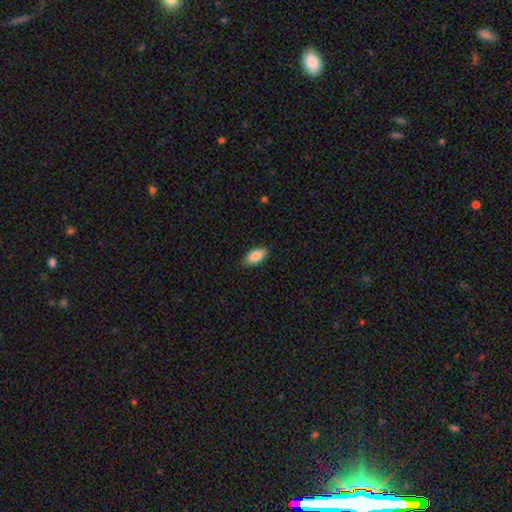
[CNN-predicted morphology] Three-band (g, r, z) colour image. It shows a smooth galaxy with no disk features (85%) that is in between round and cigar-shaped (92%). Merging: none (85%).